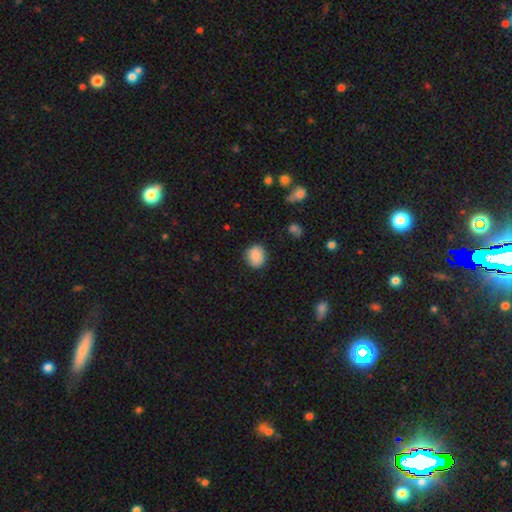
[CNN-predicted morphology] Smooth or featured: smooth — 86% (star or artifact — 8%)
How rounded: round — 80% (in between — 19%)
Merging: none — 86% (minor disturbance — 10%)